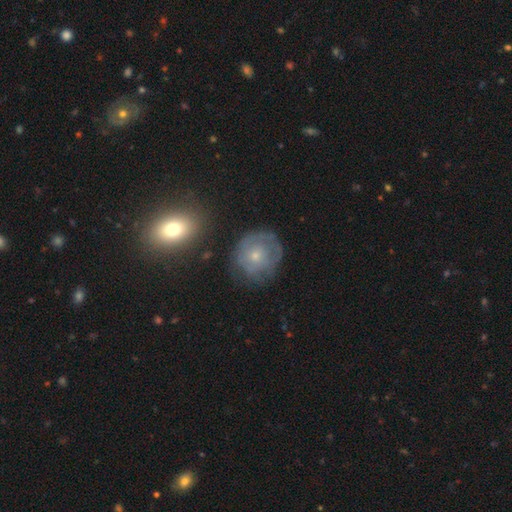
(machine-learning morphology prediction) This appears to be a smooth galaxy with no disk features (48%). Merging: none (63%).